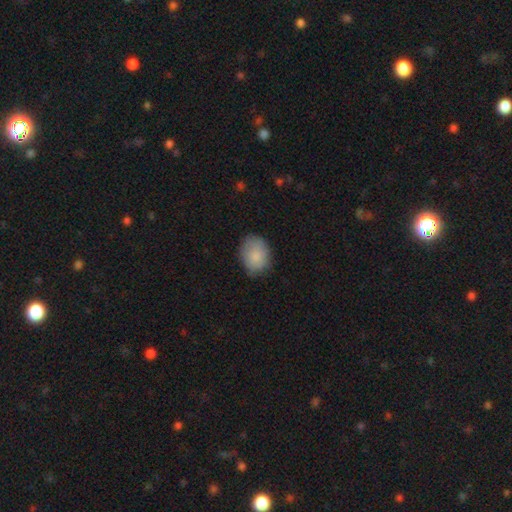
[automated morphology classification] Overall: smooth (84%). How rounded: in between (61%; round 38%). Merging: none (74%).